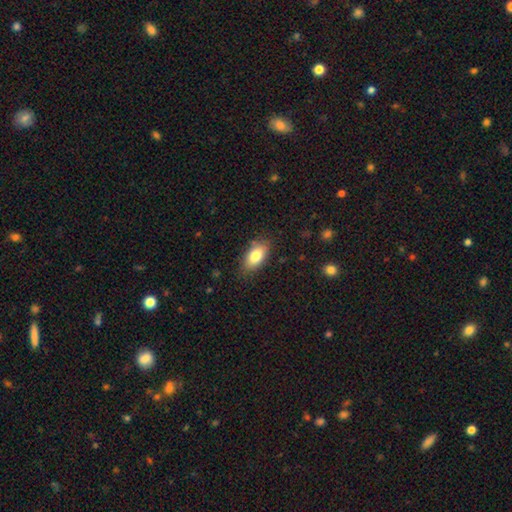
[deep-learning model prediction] smooth_or_featured: smooth (p=0.80) [alt: featured or disk p=0.12]
how_rounded: in between (p=0.89) [alt: cigar-shaped p=0.06]
merging: none (p=0.81) [alt: minor disturbance p=0.14]